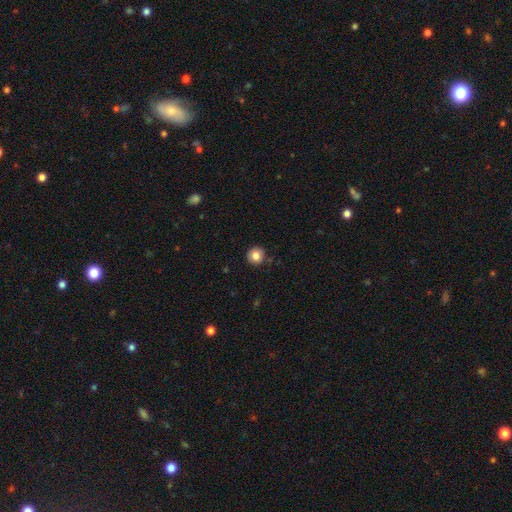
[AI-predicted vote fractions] smooth-or-featured: smooth: 82% | star or artifact: 10% | featured or disk: 8%
  how-rounded: round: 93% | in between: 6% | cigar-shaped: 1%
  merging: none: 88% | minor disturbance: 8% | major disturbance: 2% | merger: 1%